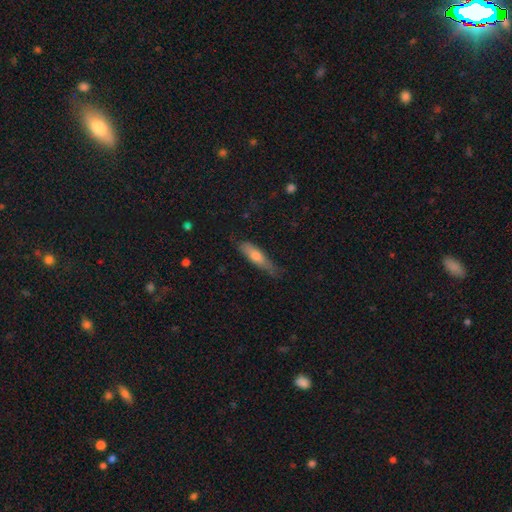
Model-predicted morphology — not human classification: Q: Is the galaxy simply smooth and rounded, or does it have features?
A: smooth — 64%.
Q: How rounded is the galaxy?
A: cigar-shaped — 66%.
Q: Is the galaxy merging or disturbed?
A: none — 62%.